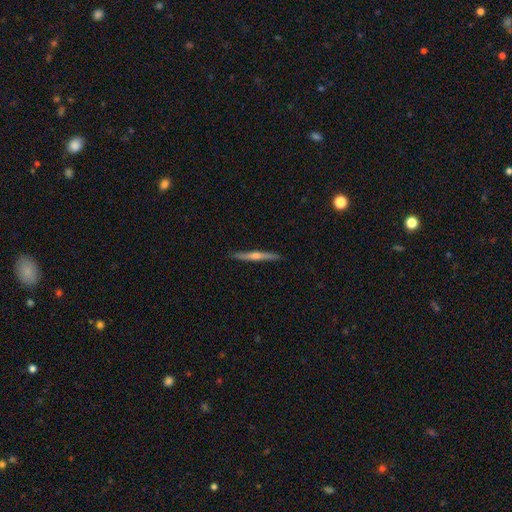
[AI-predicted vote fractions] Smooth or featured: featured or disk — 69% (smooth — 25%)
Edge-on disk: yes — 98% (no — 2%)
Edge-on bulge: rounded — 85% (none — 11%)
Merging: none — 91% (minor disturbance — 7%)